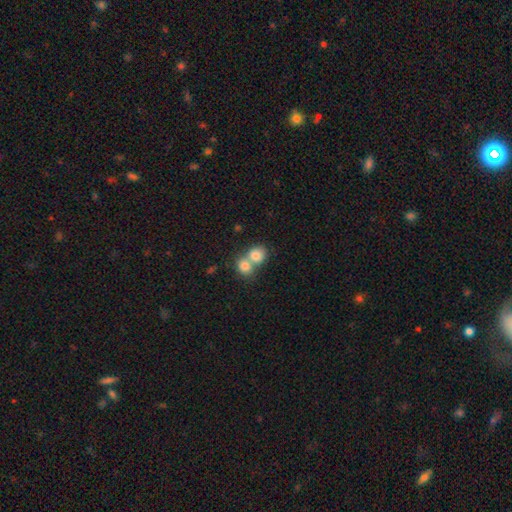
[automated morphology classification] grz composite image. It shows a smooth galaxy with no disk features (79%) that is round (66%). Merging: merger (67%).